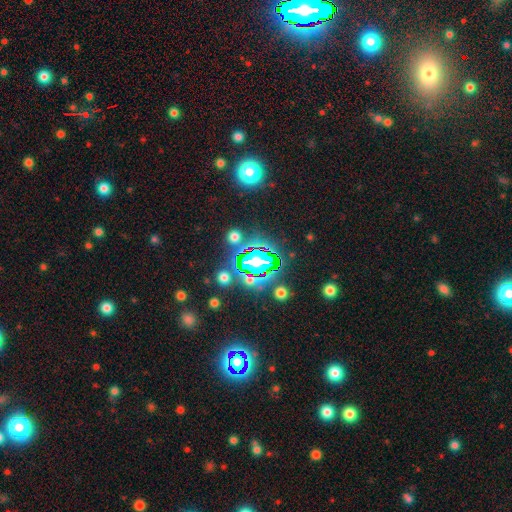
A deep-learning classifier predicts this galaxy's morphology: smooth_or_featured: star or artifact (p=0.76) [alt: smooth p=0.15]